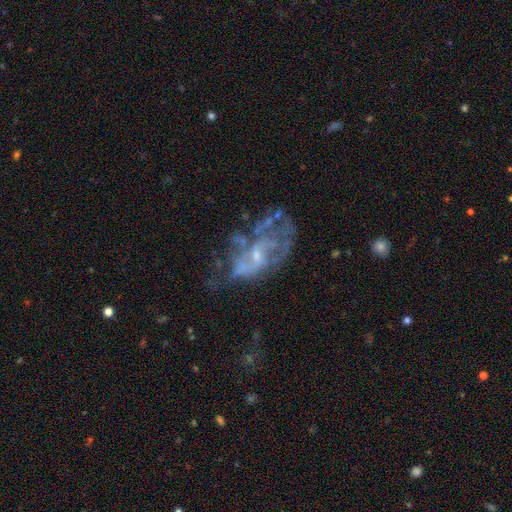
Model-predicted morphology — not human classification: A featured or disk galaxy (68%) with no bar (74%), no spiral arms (65%) and a small central bulge (52%). Merging: major disturbance (36%).